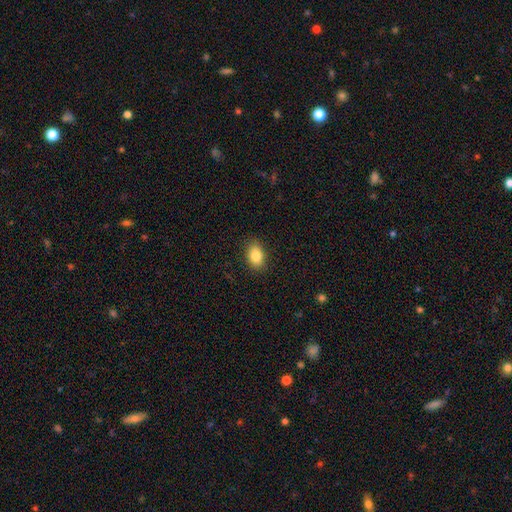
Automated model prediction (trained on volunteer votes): This appears to be a smooth galaxy with no disk features (86%) that is in between round and cigar-shaped (86%). Merging: none (88%).